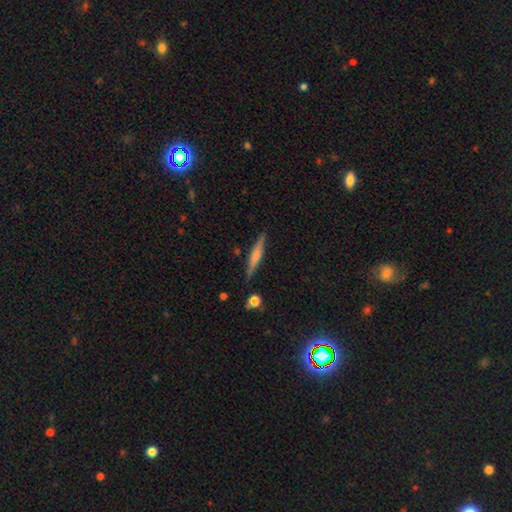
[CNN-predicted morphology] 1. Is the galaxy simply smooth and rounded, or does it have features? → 49% featured or disk, 44% smooth, 7% star or artifact.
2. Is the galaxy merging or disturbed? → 86% none, 9% minor disturbance, 2% merger, 2% major disturbance.